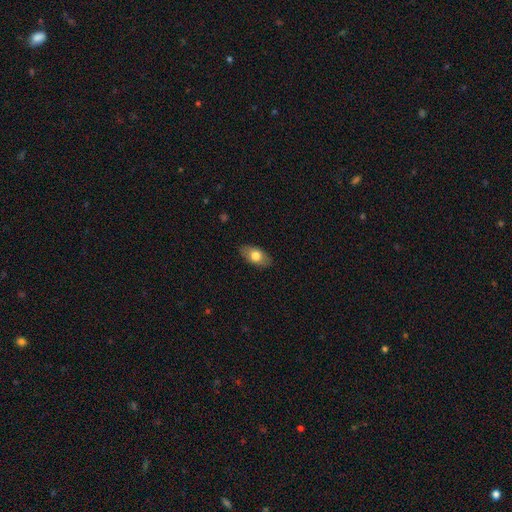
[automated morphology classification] This appears to be a smooth galaxy with no disk features (74%) that is in between round and cigar-shaped (91%). Merging: none (86%).